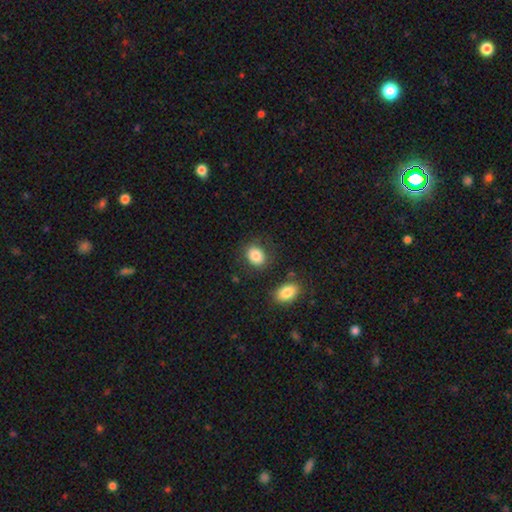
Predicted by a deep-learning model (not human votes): Smooth or featured?
  - smooth: 85% *
  - star or artifact: 8%
  - featured or disk: 7%
How rounded?
  - in between: 52% *
  - round: 47%
  - cigar-shaped: 1%
Merging?
  - none: 77% *
  - minor disturbance: 13%
  - merger: 5%
  - major disturbance: 5%